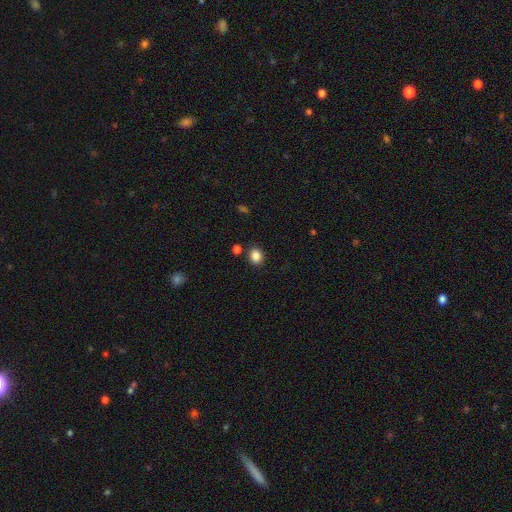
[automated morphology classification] Q: Smooth or featured?
A: smooth (86%); runner-up: star or artifact (10%)
Q: How rounded?
A: round (56%); runner-up: in between (43%)
Q: Merging?
A: none (83%); runner-up: minor disturbance (9%)